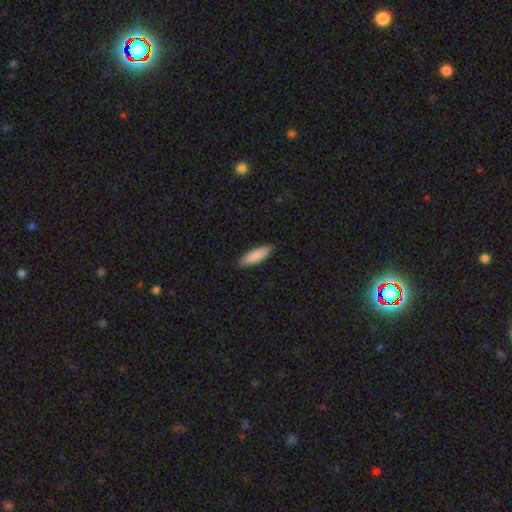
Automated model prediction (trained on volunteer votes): A smooth galaxy with no disk features (88%) that is cigar-shaped (50%). Merging: none (87%).